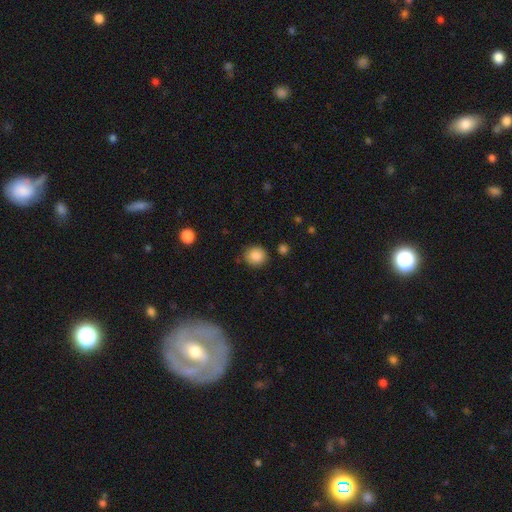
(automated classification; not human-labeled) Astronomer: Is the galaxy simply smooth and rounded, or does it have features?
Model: smooth — 87%.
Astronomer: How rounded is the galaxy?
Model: round — 80%.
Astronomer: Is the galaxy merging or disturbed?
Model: none — 84%.